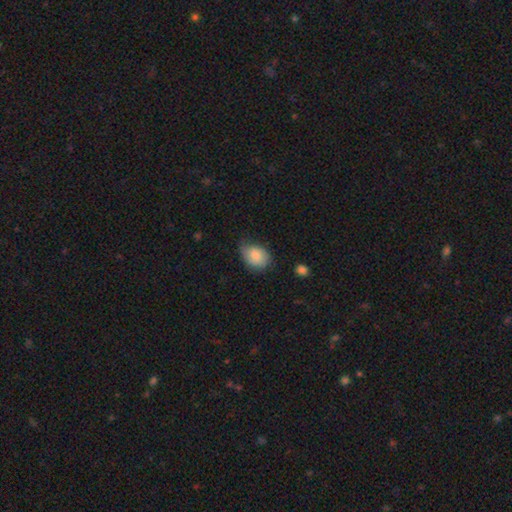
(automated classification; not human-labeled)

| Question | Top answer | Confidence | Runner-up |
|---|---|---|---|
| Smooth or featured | smooth | 76% | featured or disk (17%) |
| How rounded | in between | 75% | round (24%) |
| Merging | none | 54% | minor disturbance (36%) |